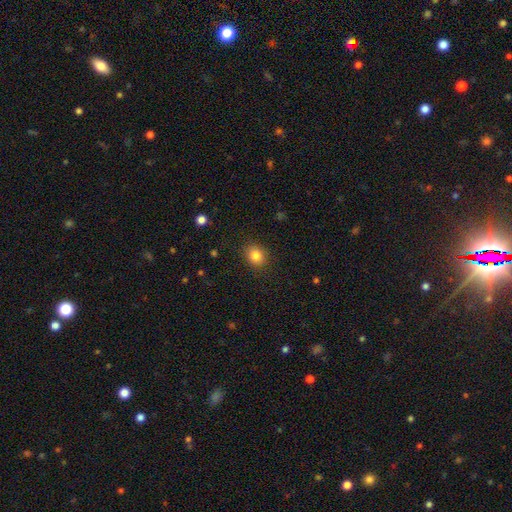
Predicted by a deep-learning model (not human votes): Smooth or featured? smooth (84%)
How rounded? round (64%)
Merging? none (87%)